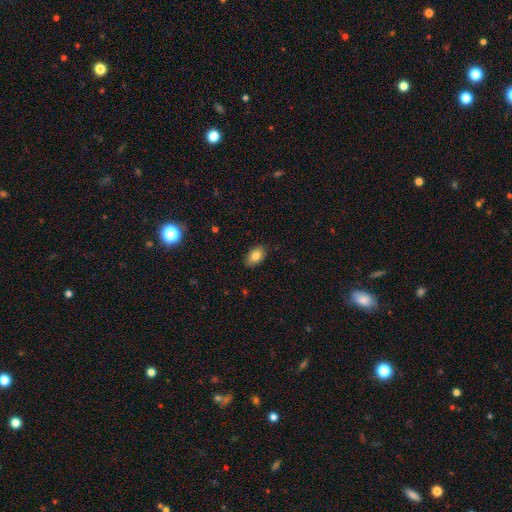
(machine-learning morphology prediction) Smooth or featured? Predicted: smooth (p=0.84). How rounded? Predicted: in between (p=0.88). Merging? Predicted: none (p=0.83).